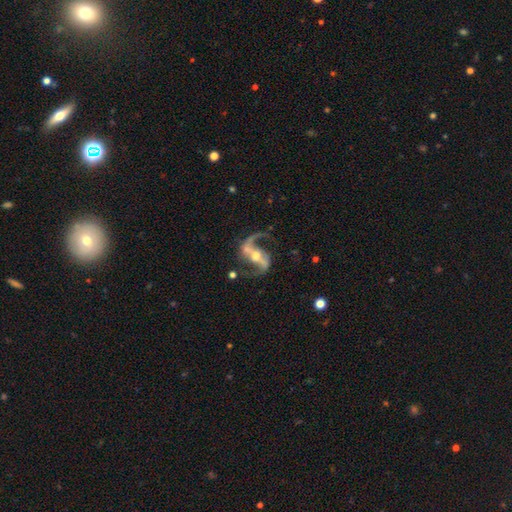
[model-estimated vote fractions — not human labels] Smooth or featured? Predicted: featured or disk (p=0.91). Edge-on disk? Predicted: no (p=0.96). Bar? Predicted: strong (p=0.56). Spiral arms? Predicted: yes (p=0.97). Spiral winding? Predicted: loose (p=0.54). Spiral arm count? Predicted: 2 (p=0.92). Bulge size? Predicted: moderate (p=0.62). Merging? Predicted: none (p=0.72).